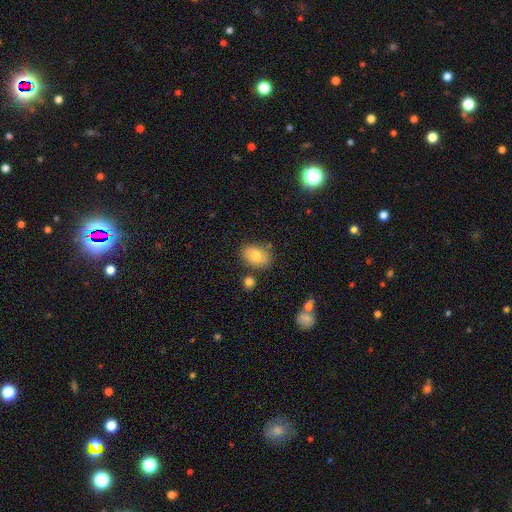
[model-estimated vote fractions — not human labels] This appears to be a smooth galaxy with no disk features (74%) that is in between round and cigar-shaped (77%). Merging: none (77%).